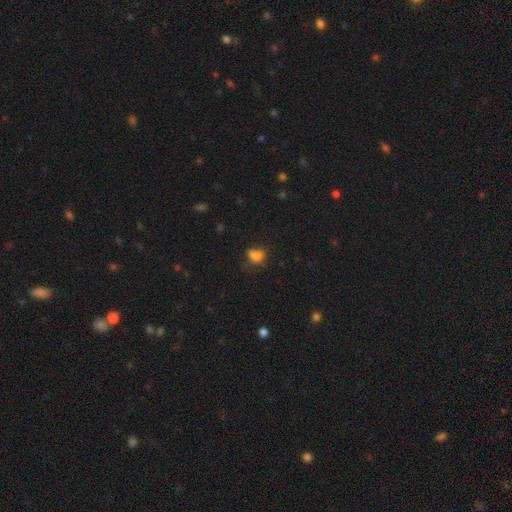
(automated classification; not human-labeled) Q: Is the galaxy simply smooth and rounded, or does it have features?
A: smooth — 73%.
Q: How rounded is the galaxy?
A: in between — 65%.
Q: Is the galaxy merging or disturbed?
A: none — 40%.